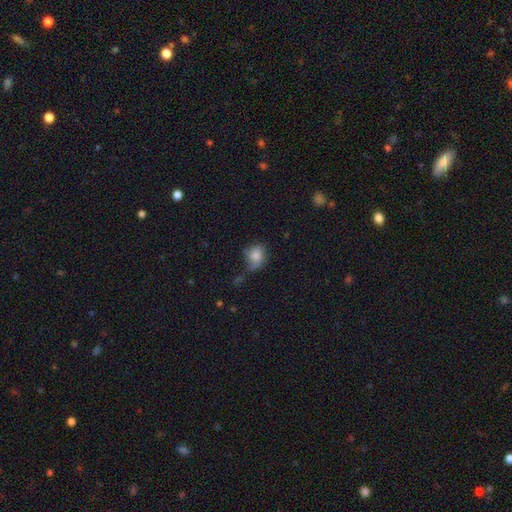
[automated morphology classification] This appears to be a smooth galaxy with no disk features (77%) that is round (50%). Merging: none (41%).